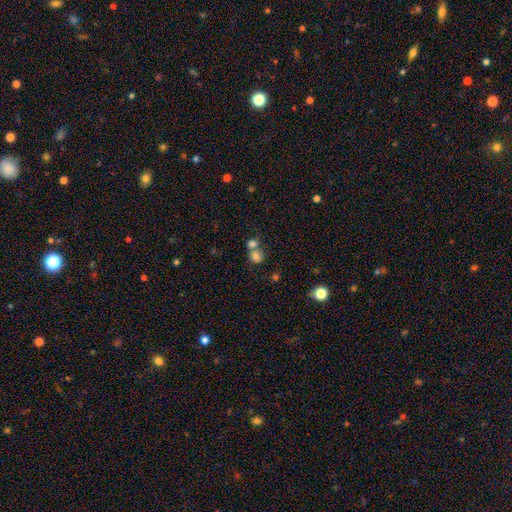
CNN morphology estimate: smooth-or-featured: smooth: 77% | star or artifact: 12% | featured or disk: 11%
  how-rounded: round: 62% | in between: 37% | cigar-shaped: 1%
  merging: merger: 56% | none: 32% | minor disturbance: 8% | major disturbance: 4%